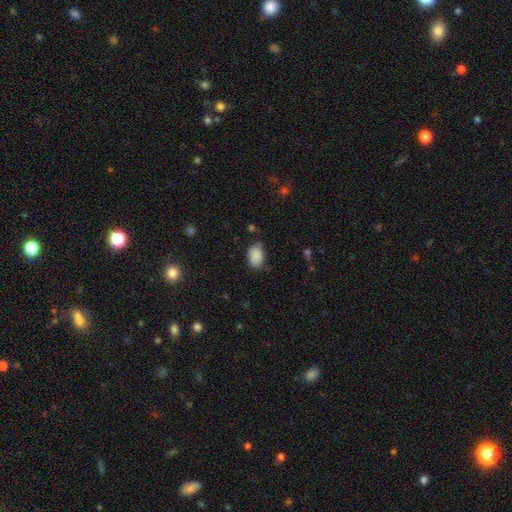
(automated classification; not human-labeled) A smooth galaxy with no disk features (89%) that is in between round and cigar-shaped (89%). Merging: none (75%).